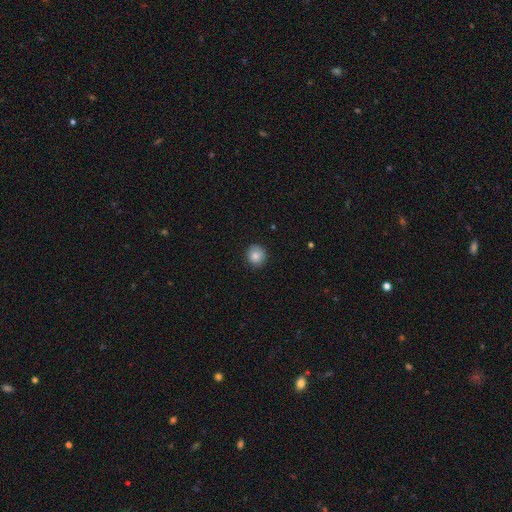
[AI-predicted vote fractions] Smooth or featured?
  - smooth: 83% *
  - star or artifact: 9%
  - featured or disk: 8%
How rounded?
  - round: 89% *
  - in between: 10%
  - cigar-shaped: 1%
Merging?
  - none: 86% *
  - minor disturbance: 11%
  - major disturbance: 2%
  - merger: 1%